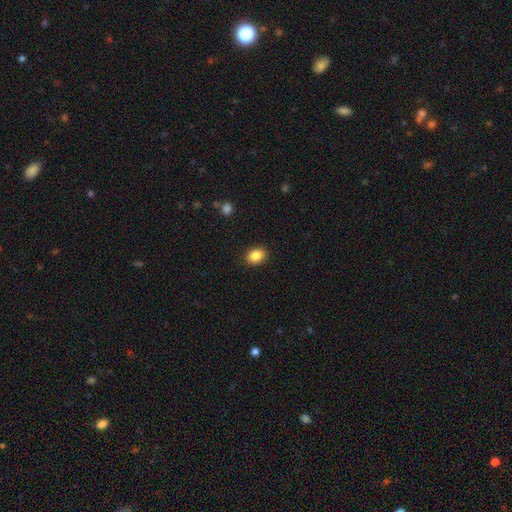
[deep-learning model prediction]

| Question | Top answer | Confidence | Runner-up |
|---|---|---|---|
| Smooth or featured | smooth | 86% | star or artifact (9%) |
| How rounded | in between | 65% | round (34%) |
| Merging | none | 89% | minor disturbance (8%) |